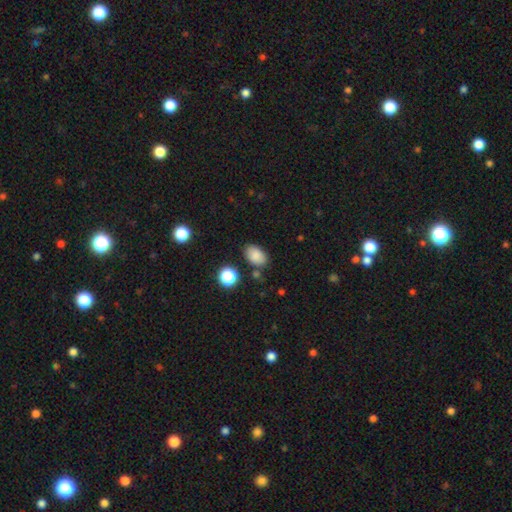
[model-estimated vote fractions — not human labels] smooth 84%, star or artifact 11%, featured or disk 5%. Down the decision tree: how rounded — in between (86%); merging — none (79%).